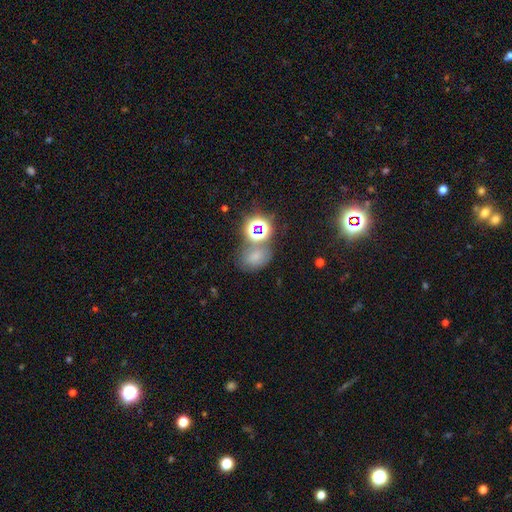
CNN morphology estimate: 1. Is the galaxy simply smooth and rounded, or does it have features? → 57% smooth, 30% star or artifact, 13% featured or disk.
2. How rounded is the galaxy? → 66% in between, 33% round, 1% cigar-shaped.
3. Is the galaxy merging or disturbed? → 55% none, 20% merger, 17% minor disturbance, 8% major disturbance.